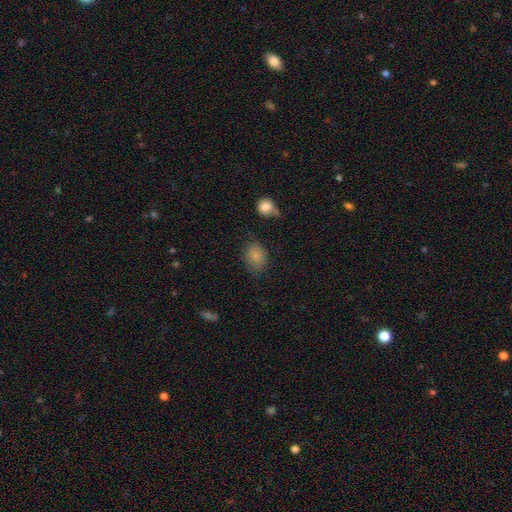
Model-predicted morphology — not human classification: Smooth or featured? Predicted: smooth (p=0.83). How rounded? Predicted: in between (p=0.60). Merging? Predicted: none (p=0.68).